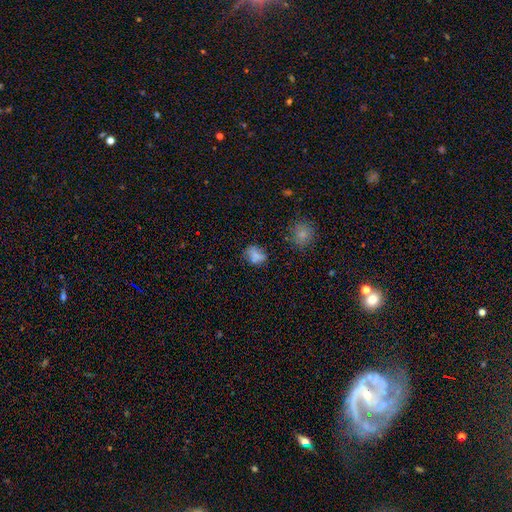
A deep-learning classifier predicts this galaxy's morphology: The model was most divided on "how rounded": in between: 62%, round: 35%, cigar-shaped: 2%. More confident: smooth or featured — smooth (74%); merging — none (61%).